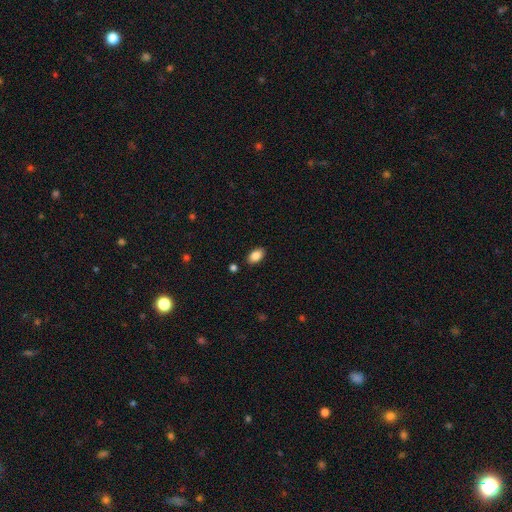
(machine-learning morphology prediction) Overall: smooth (86%). How rounded: in between (92%). Merging: none (87%).